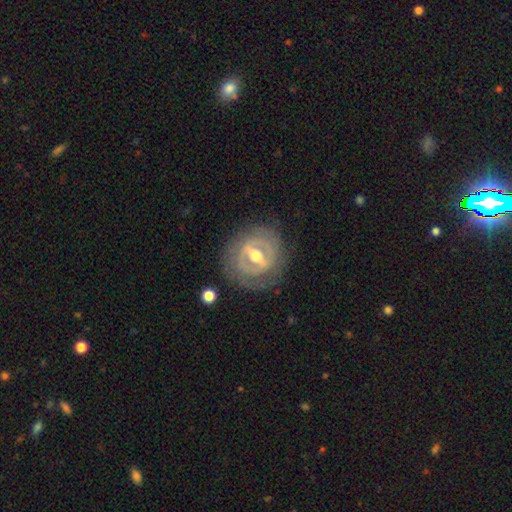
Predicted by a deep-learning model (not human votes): Smooth or featured? featured or disk (79%)
Edge-on disk? no (93%)
Bar? strong (56%)
Spiral arms? no (61%)
Bulge size? moderate (78%)
Merging? none (78%)